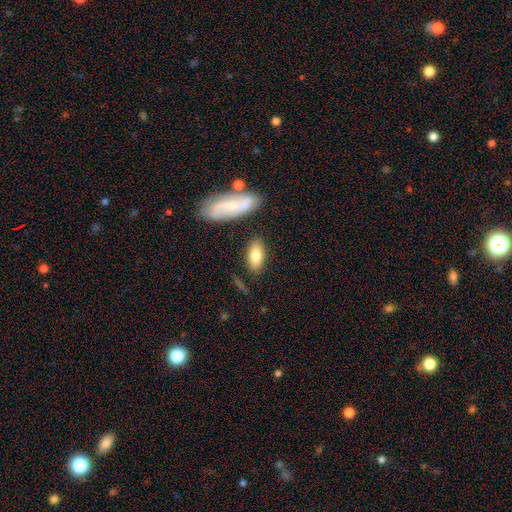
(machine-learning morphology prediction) type=smooth (77%); roundness=in between (84%); merging=none (79%).